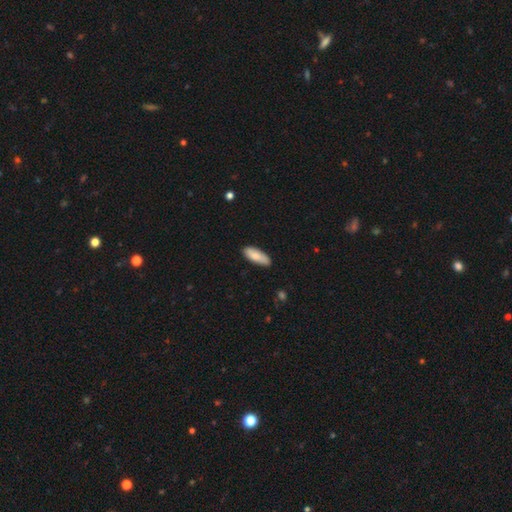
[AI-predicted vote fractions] A smooth galaxy with no disk features (80%) that is in between round and cigar-shaped (68%). Merging: none (85%).